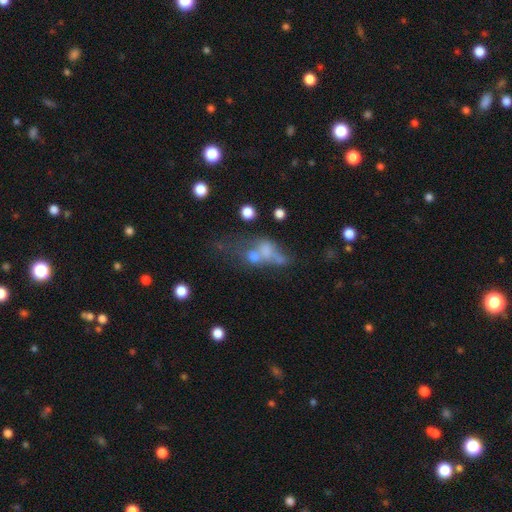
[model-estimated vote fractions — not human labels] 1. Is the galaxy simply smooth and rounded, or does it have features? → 42% smooth, 34% featured or disk, 23% star or artifact.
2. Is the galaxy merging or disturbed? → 38% merger, 25% none, 23% major disturbance, 13% minor disturbance.